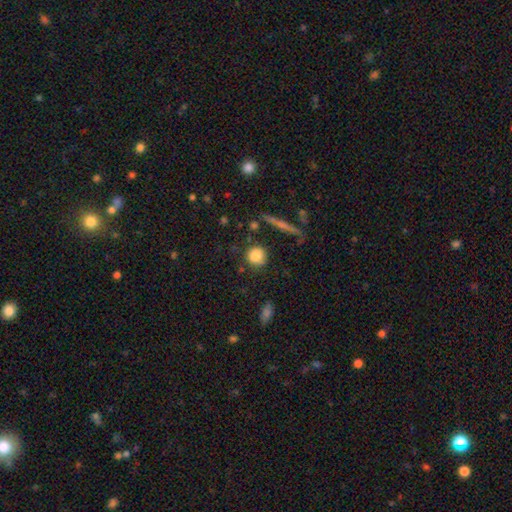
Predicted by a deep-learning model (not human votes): This is clearly a smooth galaxy (84%). How rounded: clearly round (89%). Merging: clearly none (83%).